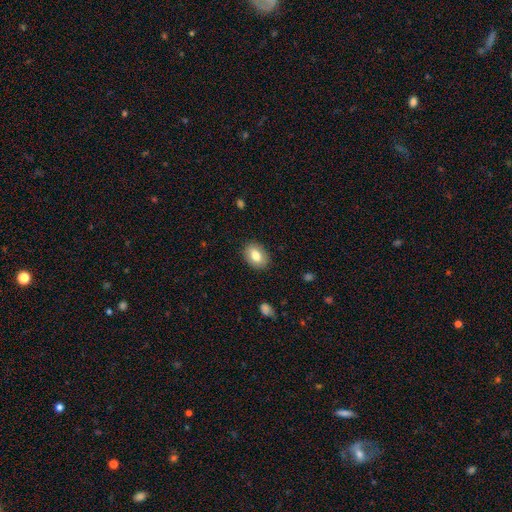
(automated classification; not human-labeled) Overall: smooth (79%). How rounded: in between (78%). Merging: none (87%).